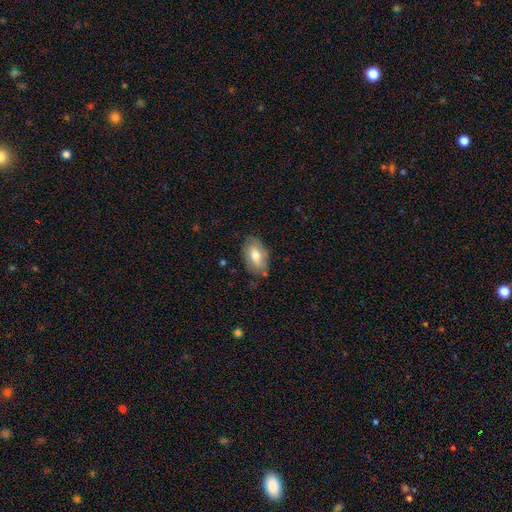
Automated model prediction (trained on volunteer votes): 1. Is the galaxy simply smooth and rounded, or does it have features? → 57% smooth, 33% featured or disk, 11% star or artifact.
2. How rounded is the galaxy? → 89% in between, 9% round, 2% cigar-shaped.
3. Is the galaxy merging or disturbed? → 77% none, 18% minor disturbance, 4% major disturbance, 2% merger.